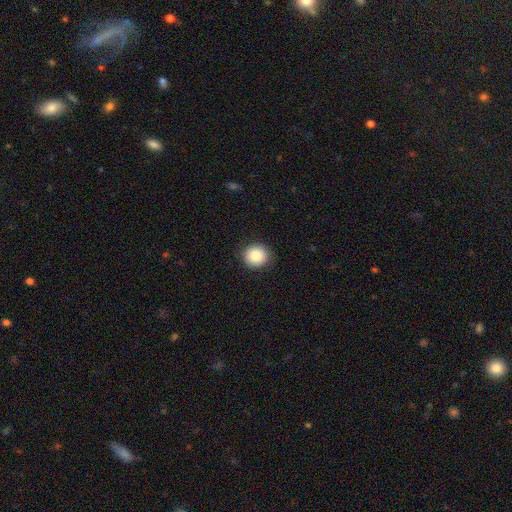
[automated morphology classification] Q: Smooth or featured?
A: smooth (87%); runner-up: star or artifact (8%)
Q: How rounded?
A: round (89%); runner-up: in between (10%)
Q: Merging?
A: none (90%); runner-up: minor disturbance (7%)